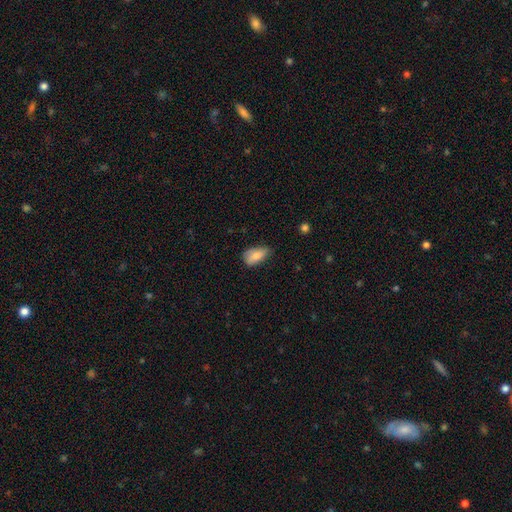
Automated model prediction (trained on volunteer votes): Smooth or featured: smooth — 78% (featured or disk — 15%)
How rounded: in between — 89% (cigar-shaped — 7%)
Merging: none — 52% (minor disturbance — 37%)